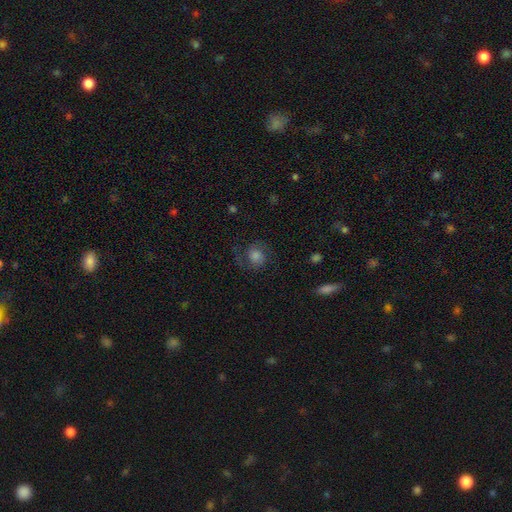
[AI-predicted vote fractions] Morphology: type=featured or disk (55%); edge-on=no (97%); bar=no (69%); spiral arms=yes (91%); bulge=moderate (36%); merging=none (70%).